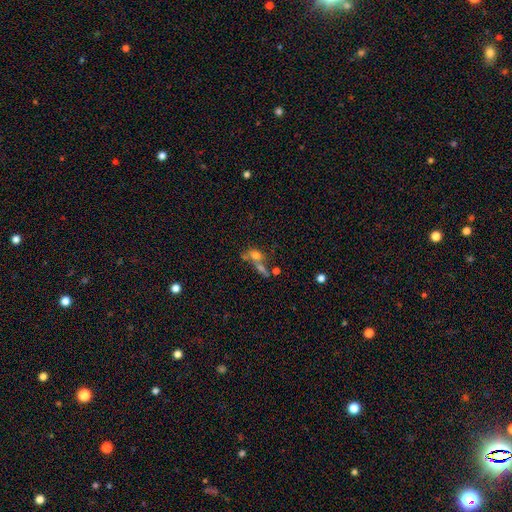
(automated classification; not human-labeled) A smooth galaxy with no disk features (60%) that is in between round and cigar-shaped (48%).

Vote fractions:
- Smooth or featured? smooth: 60% / featured or disk: 23% / star or artifact: 17%
- How rounded? in between: 48% / round: 44% / cigar-shaped: 8%
- Merging? merger: 46% / none: 30% / major disturbance: 13% / minor disturbance: 11%